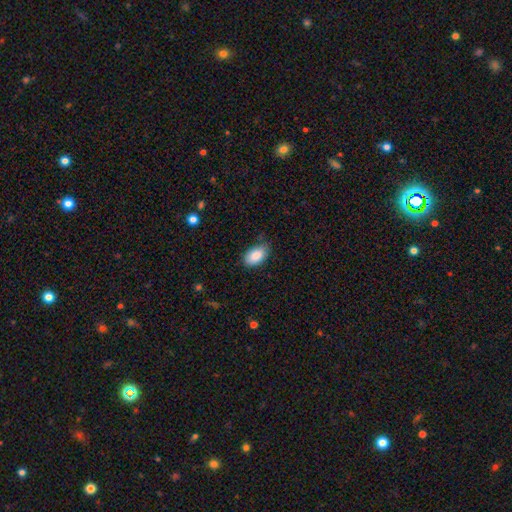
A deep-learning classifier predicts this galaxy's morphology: Smooth or featured? Predicted: smooth (p=0.87). How rounded? Predicted: in between (p=0.93). Merging? Predicted: none (p=0.73).